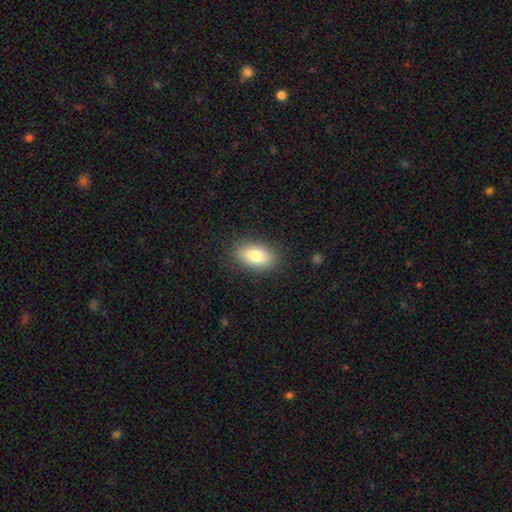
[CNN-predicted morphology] This appears to be a smooth galaxy with no disk features (83%) that is in between round and cigar-shaped (91%). Merging: none (87%).